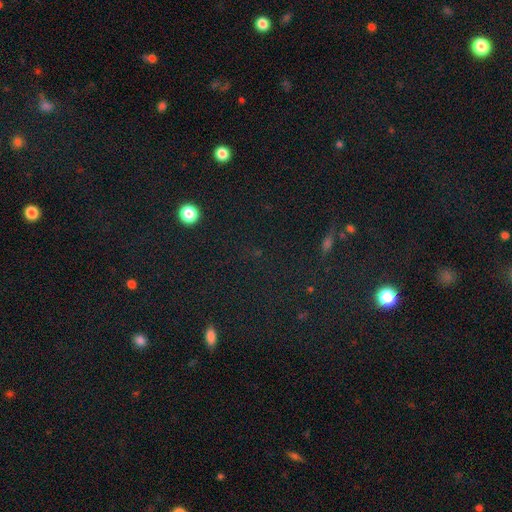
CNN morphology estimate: Smooth or featured: star or artifact — 69% (smooth — 22%)